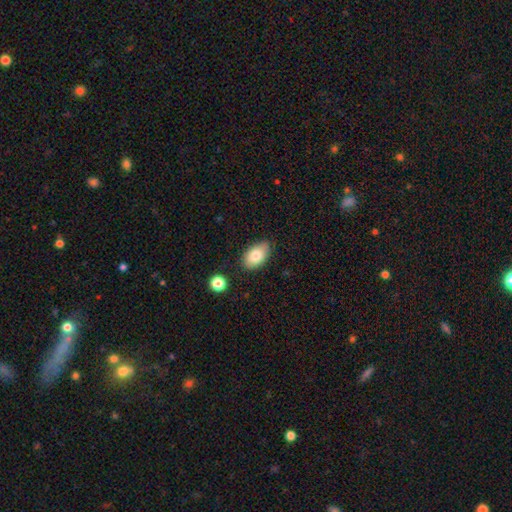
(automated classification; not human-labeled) Morphology: type=smooth (81%); roundness=in between (92%); merging=none (79%).